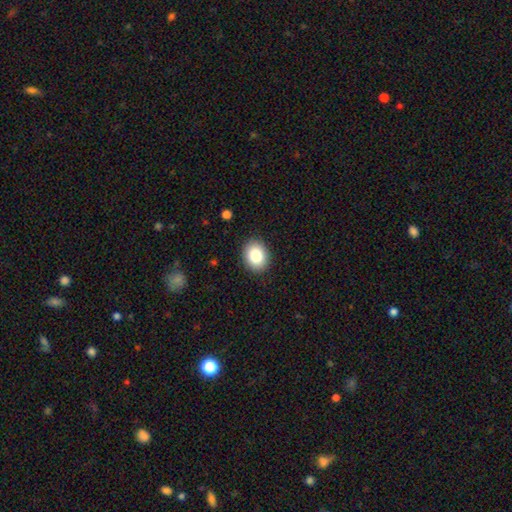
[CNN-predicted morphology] Smooth or featured? Predicted: smooth (p=0.85). How rounded? Predicted: in between (p=0.52). Merging? Predicted: none (p=0.89).